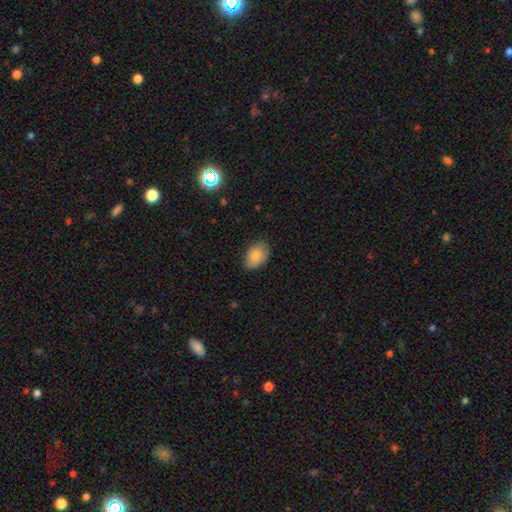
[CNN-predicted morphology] type=smooth (80%); roundness=in between (85%); merging=none (80%).